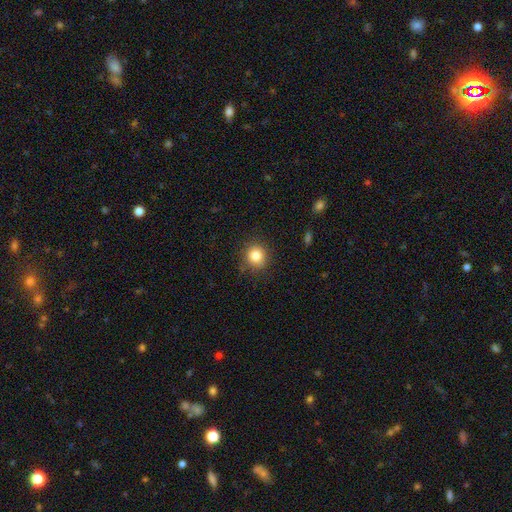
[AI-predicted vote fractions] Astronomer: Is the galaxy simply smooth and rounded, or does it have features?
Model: smooth — 84%.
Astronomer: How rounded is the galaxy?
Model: round — 88%.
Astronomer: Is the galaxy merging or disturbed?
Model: none — 85%.